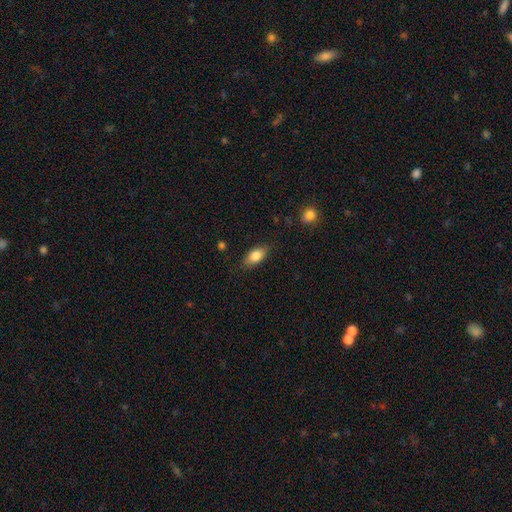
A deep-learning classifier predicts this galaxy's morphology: Q: Smooth or featured?
A: smooth (81%); runner-up: featured or disk (12%)
Q: How rounded?
A: in between (87%); runner-up: cigar-shaped (8%)
Q: Merging?
A: none (82%); runner-up: minor disturbance (14%)